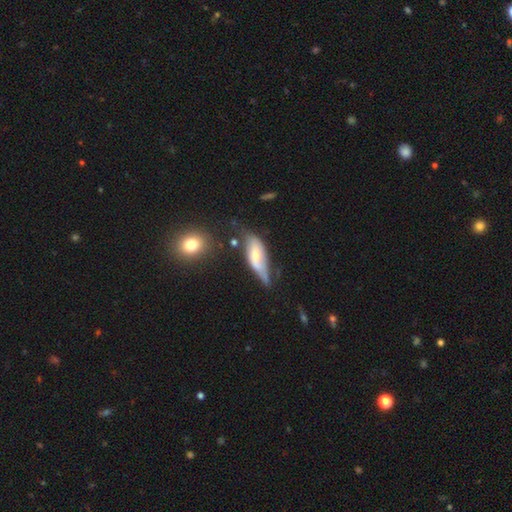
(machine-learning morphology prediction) Smooth or featured: featured or disk — 51% (smooth — 42%)
Edge-on disk: no — 72% (yes — 28%)
Merging: minor disturbance — 37% (none — 33%)